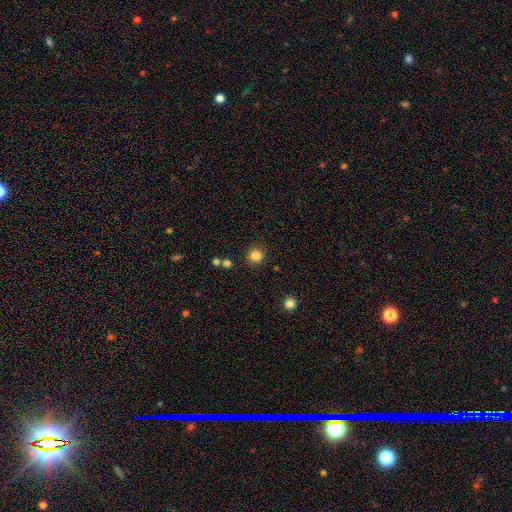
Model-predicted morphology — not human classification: A smooth galaxy with no disk features (84%) that is round (94%).

Vote fractions:
- Smooth or featured? smooth: 84% / star or artifact: 12% / featured or disk: 5%
- How rounded? round: 94% / in between: 5% / cigar-shaped: 1%
- Merging? none: 90% / minor disturbance: 6% / merger: 2% / major disturbance: 2%